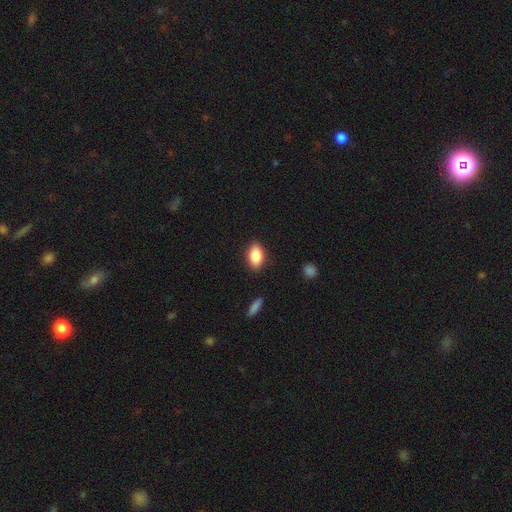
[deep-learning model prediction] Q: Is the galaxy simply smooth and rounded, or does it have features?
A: smooth — 85%.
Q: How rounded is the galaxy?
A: in between — 89%.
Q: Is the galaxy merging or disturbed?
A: none — 87%.